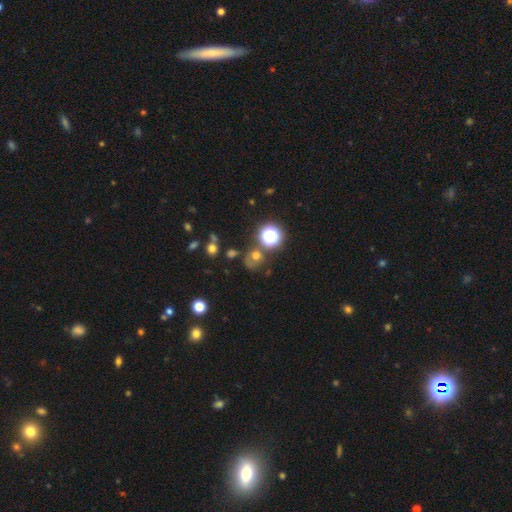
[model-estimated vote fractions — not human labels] A smooth galaxy with no disk features (55%) that is round (82%). Merging: none (60%).